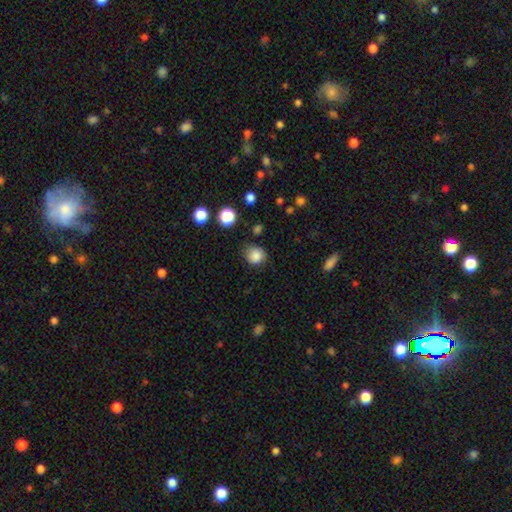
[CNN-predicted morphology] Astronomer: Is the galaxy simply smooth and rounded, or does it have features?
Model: smooth — 85%.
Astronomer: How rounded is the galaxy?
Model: round — 82%.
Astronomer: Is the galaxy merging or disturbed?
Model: none — 77%.